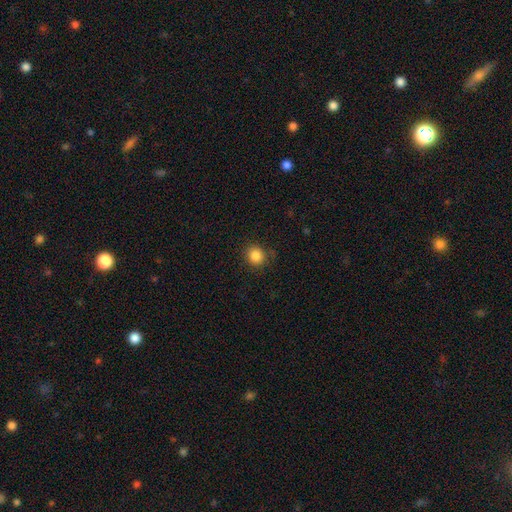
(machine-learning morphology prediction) This appears to be a smooth galaxy with no disk features (85%) that is round (88%). Merging: none (87%).